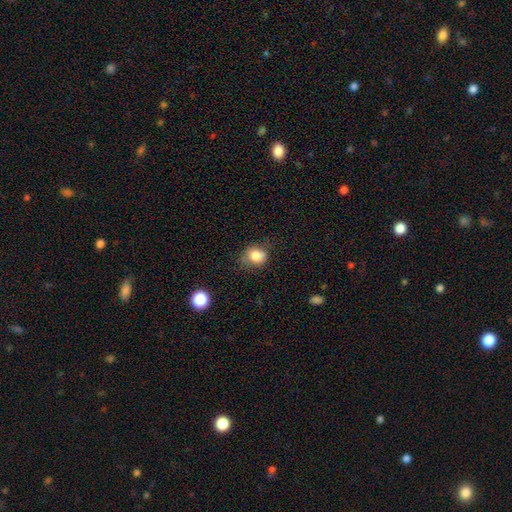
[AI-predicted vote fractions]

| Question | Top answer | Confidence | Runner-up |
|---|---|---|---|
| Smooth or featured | smooth | 82% | star or artifact (10%) |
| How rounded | round | 61% | in between (38%) |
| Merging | none | 62% | minor disturbance (28%) |